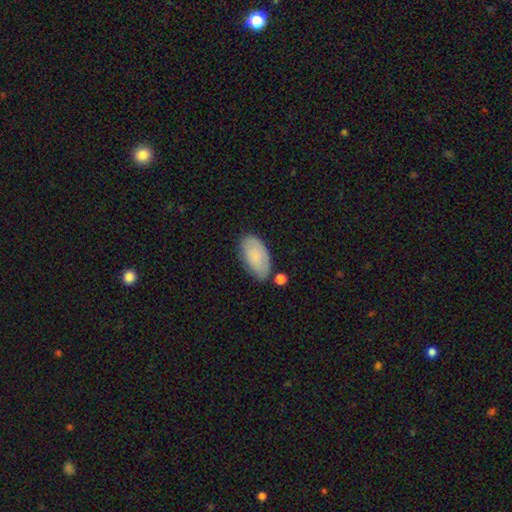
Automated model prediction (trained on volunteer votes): Smooth or featured? Predicted: smooth (p=0.79). How rounded? Predicted: in between (p=0.95). Merging? Predicted: none (p=0.68).